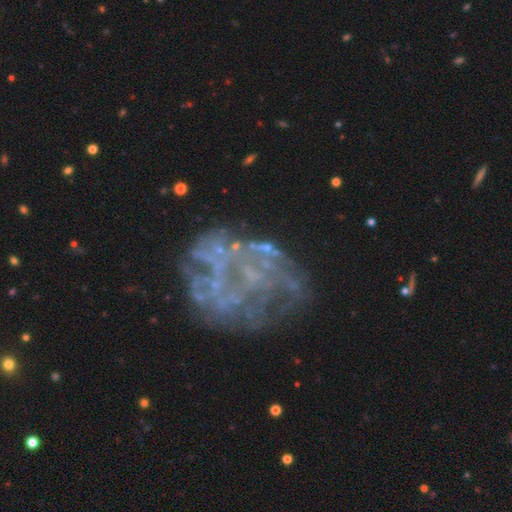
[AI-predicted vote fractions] A featured or disk galaxy (70%) with no bar (89%), no spiral arms (78%) and no central bulge (82%).

Vote fractions:
- Smooth or featured? featured or disk: 70% / star or artifact: 17% / smooth: 13%
- Edge-on disk? no: 98% / yes: 2%
- Bar? no: 89% / weak: 8% / strong: 3%
- Spiral arms? no: 78% / yes: 22%
- Bulge size? none: 82% / small: 11% / moderate: 5% / large: 1% / dominant: 1%
- Merging? none: 53% / major disturbance: 26% / minor disturbance: 16% / merger: 5%